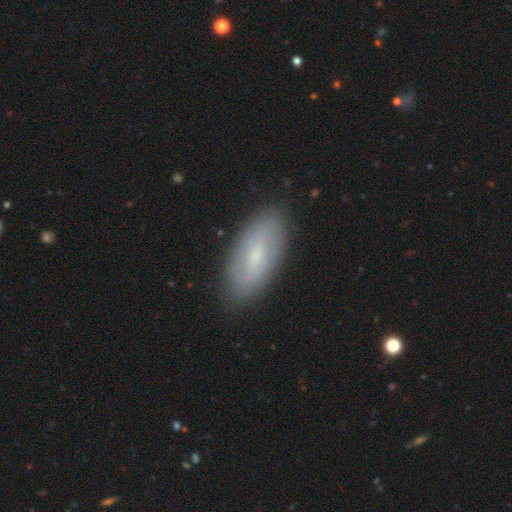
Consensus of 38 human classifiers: Q: Smooth or featured?
A: smooth (66%); runner-up: featured or disk (32%)
Q: How rounded?
A: in between (84%); runner-up: cigar-shaped (16%)
Q: Merging?
A: none (84%); runner-up: minor disturbance (11%)